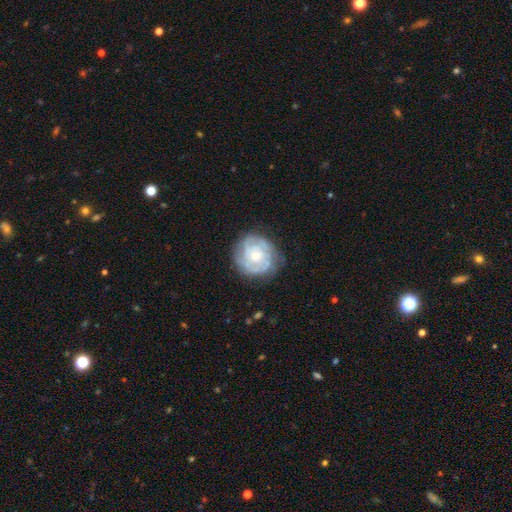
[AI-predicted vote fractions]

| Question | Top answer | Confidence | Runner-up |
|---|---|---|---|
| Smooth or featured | featured or disk | 80% | smooth (15%) |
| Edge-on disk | no | 98% | yes (2%) |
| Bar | no | 76% | weak (21%) |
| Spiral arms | yes | 92% | no (8%) |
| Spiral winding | tight | 69% | medium (25%) |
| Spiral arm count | can't tell | 33% | 2 (25%) |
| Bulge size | small | 51% | moderate (41%) |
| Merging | none | 74% | minor disturbance (18%) |